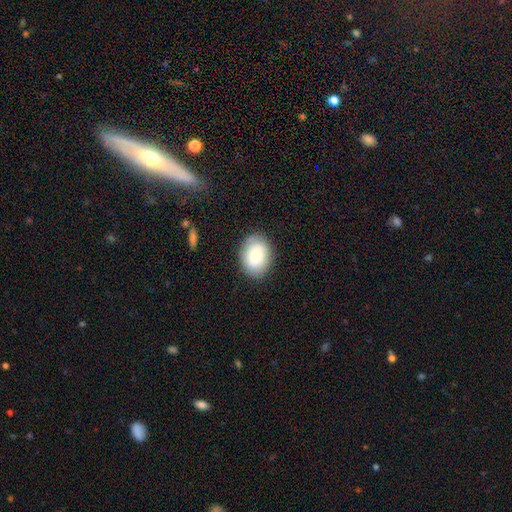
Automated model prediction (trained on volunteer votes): Smooth or featured: smooth — 77% (featured or disk — 15%)
How rounded: in between — 65% (round — 34%)
Merging: none — 83% (minor disturbance — 12%)